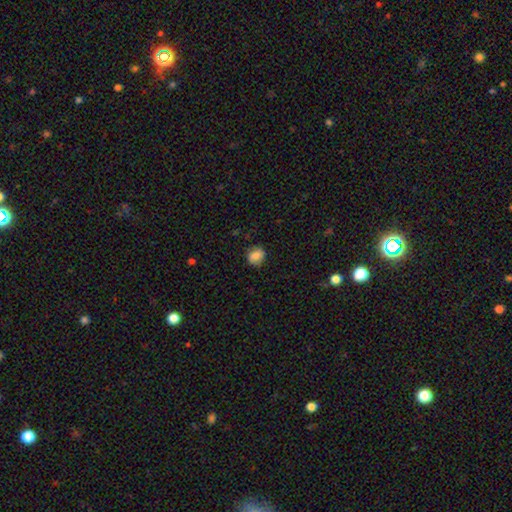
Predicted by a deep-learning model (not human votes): Smooth or featured? smooth (76%)
How rounded? round (69%)
Merging? none (81%)